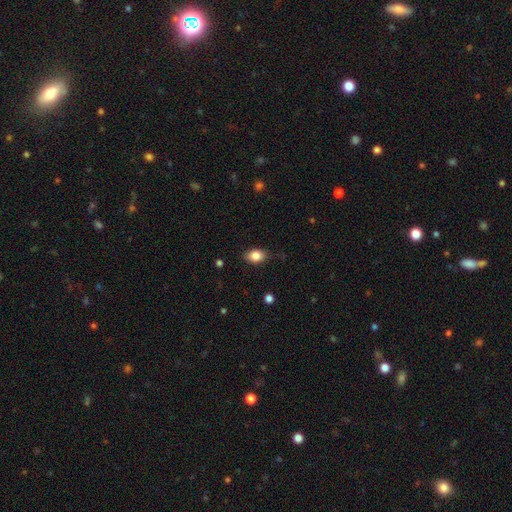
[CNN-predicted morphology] Overall: smooth (84%). How rounded: in between (83%). Merging: none (81%).